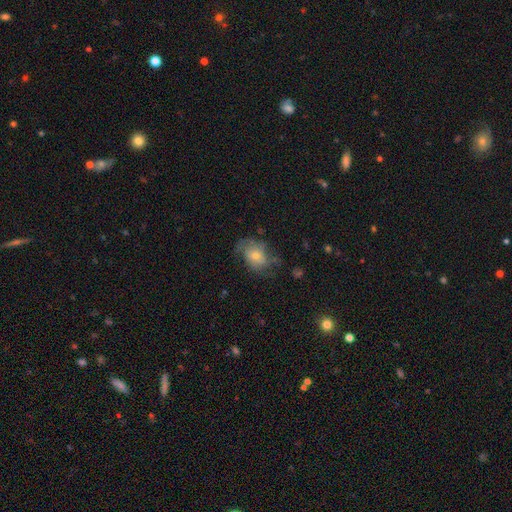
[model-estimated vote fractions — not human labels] Smooth or featured: featured or disk — 50% (smooth — 39%)
Edge-on disk: no — 96% (yes — 4%)
Merging: none — 54% (minor disturbance — 26%)